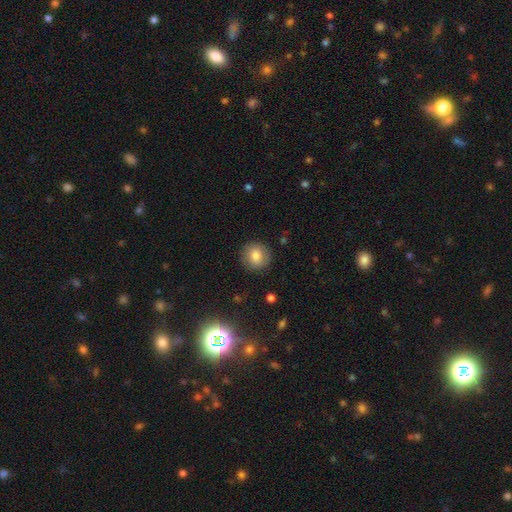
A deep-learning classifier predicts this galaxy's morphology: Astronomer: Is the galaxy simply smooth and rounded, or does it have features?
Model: smooth — 79%.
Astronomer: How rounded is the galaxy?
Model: round — 89%.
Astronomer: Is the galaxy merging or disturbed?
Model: none — 87%.